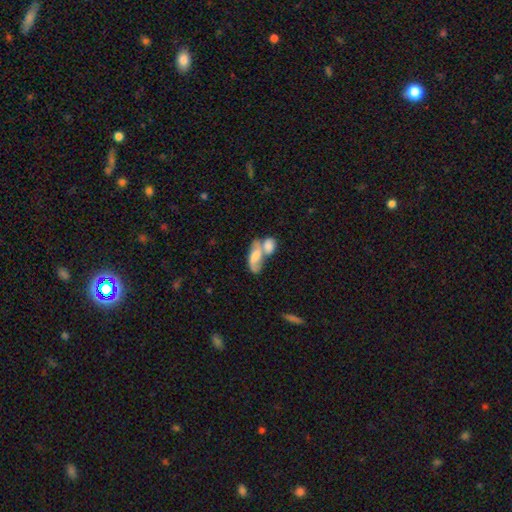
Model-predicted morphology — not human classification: Smooth or featured? smooth (56%)
How rounded? in between (84%)
Merging? merger (73%)